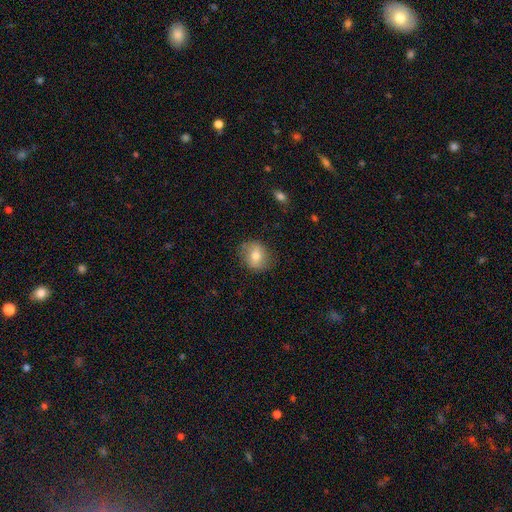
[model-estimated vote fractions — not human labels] This is likely a smooth galaxy (73%). How rounded: likely round (63%). Merging: clearly none (81%).